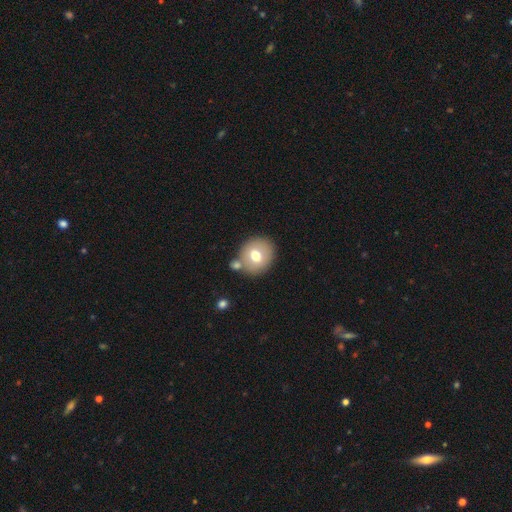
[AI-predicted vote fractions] A smooth galaxy with no disk features (69%) that is round (81%). Merging: none (70%).